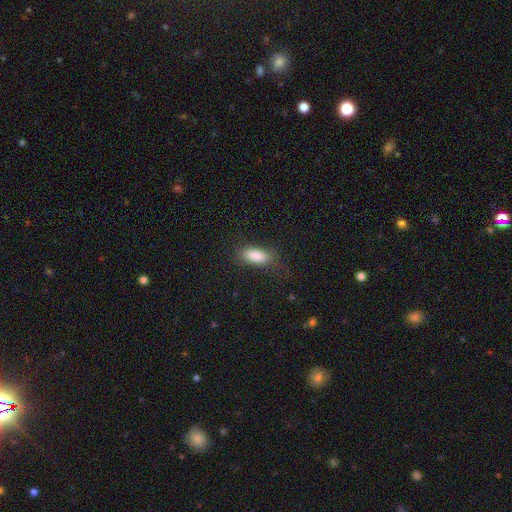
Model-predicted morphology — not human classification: A smooth galaxy with no disk features (86%) that is in between round and cigar-shaped (84%).

Vote fractions:
- Smooth or featured? smooth: 86% / star or artifact: 7% / featured or disk: 7%
- How rounded? in between: 84% / cigar-shaped: 14% / round: 3%
- Merging? none: 75% / minor disturbance: 16% / major disturbance: 7% / merger: 1%